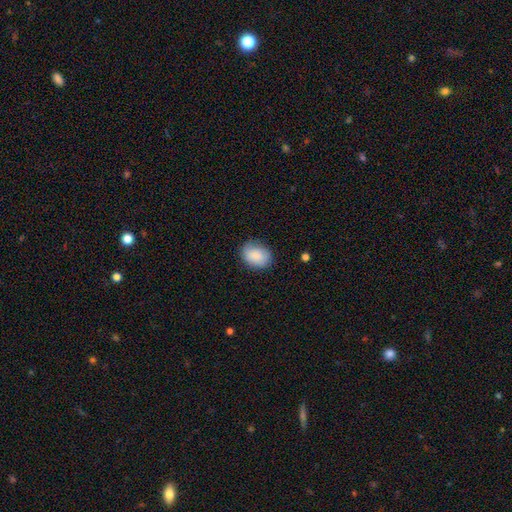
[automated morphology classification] Q: Smooth or featured?
A: smooth (85%); runner-up: featured or disk (8%)
Q: How rounded?
A: in between (66%); runner-up: round (33%)
Q: Merging?
A: none (79%); runner-up: minor disturbance (16%)